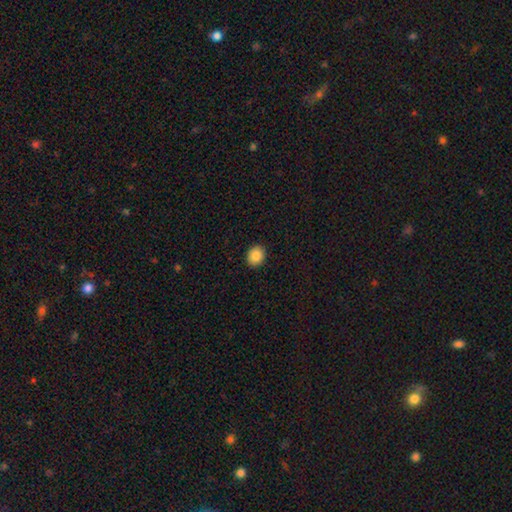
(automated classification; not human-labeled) smooth-or-featured: smooth: 86% | star or artifact: 9% | featured or disk: 5%
  how-rounded: round: 65% | in between: 34% | cigar-shaped: 1%
  merging: none: 92% | minor disturbance: 6% | major disturbance: 2% | merger: 1%